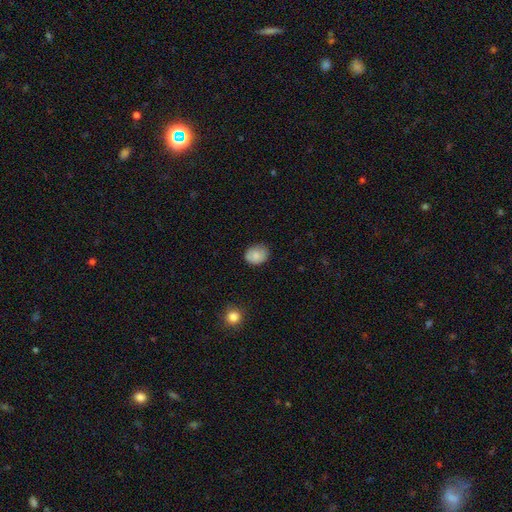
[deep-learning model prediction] The model was most divided on "how rounded": round: 56%, in between: 43%, cigar-shaped: 1%. More confident: smooth or featured — smooth (81%); merging — none (76%).